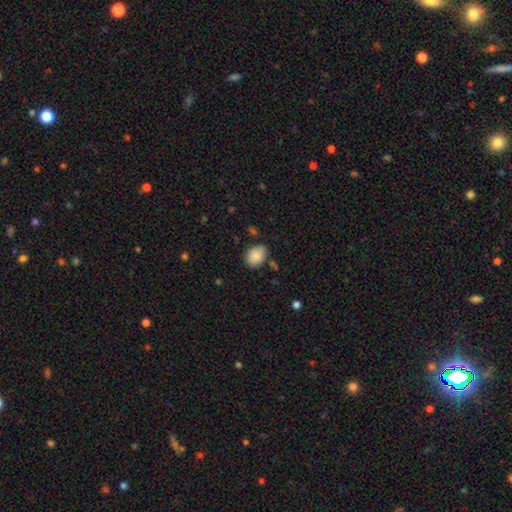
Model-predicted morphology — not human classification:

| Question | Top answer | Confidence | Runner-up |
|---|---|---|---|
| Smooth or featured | smooth | 87% | star or artifact (7%) |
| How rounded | in between | 70% | round (29%) |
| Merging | none | 77% | minor disturbance (16%) |